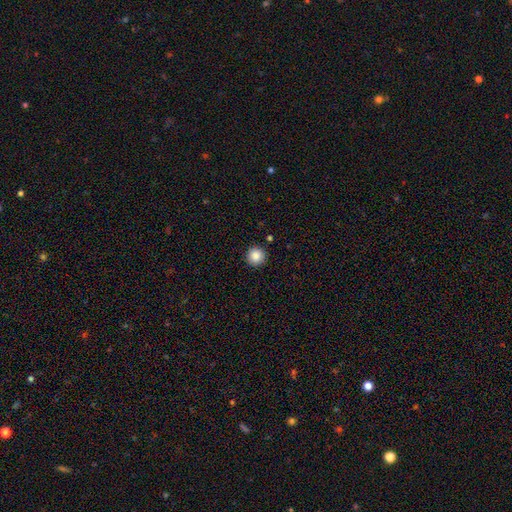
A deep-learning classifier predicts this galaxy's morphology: smooth-or-featured: smooth: 87% | star or artifact: 10% | featured or disk: 4%
  how-rounded: round: 96% | in between: 3% | cigar-shaped: 1%
  merging: none: 91% | minor disturbance: 5% | major disturbance: 2% | merger: 1%